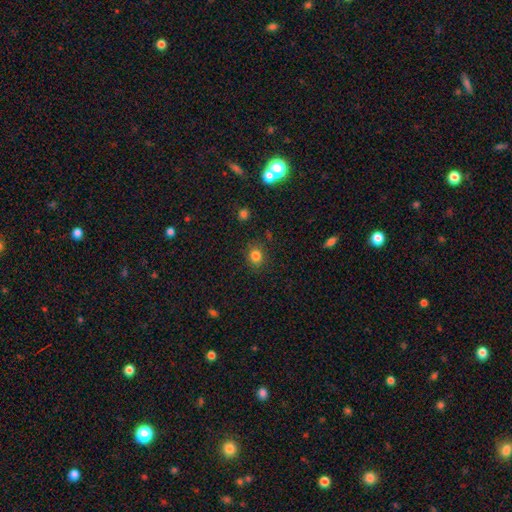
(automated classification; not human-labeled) smooth_or_featured: smooth (p=0.82) [alt: star or artifact p=0.13]
how_rounded: round (p=0.73) [alt: in between p=0.26]
merging: none (p=0.86) [alt: minor disturbance p=0.10]